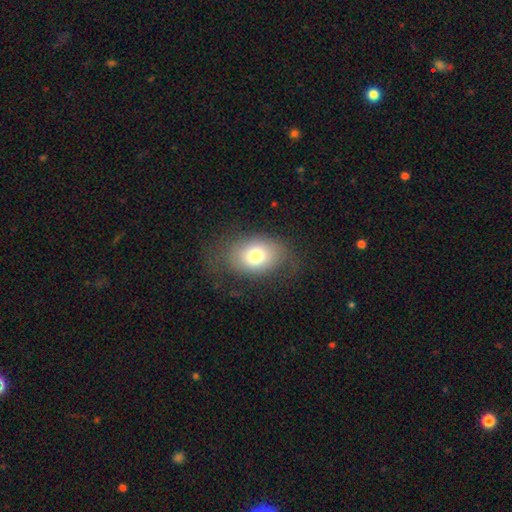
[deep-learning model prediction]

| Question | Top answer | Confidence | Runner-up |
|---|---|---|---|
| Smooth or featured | smooth | 73% | featured or disk (17%) |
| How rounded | in between | 73% | round (26%) |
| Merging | none | 67% | minor disturbance (20%) |